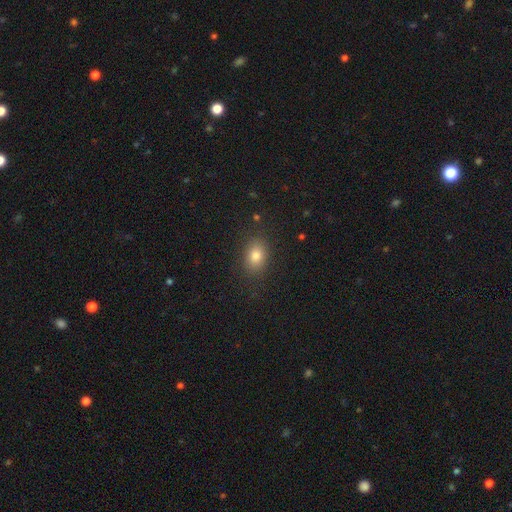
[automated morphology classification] A smooth galaxy with no disk features (81%) that is in between round and cigar-shaped (74%).

Vote fractions:
- Smooth or featured? smooth: 81% / star or artifact: 11% / featured or disk: 8%
- How rounded? in between: 74% / round: 24% / cigar-shaped: 2%
- Merging? none: 85% / minor disturbance: 10% / major disturbance: 3% / merger: 1%